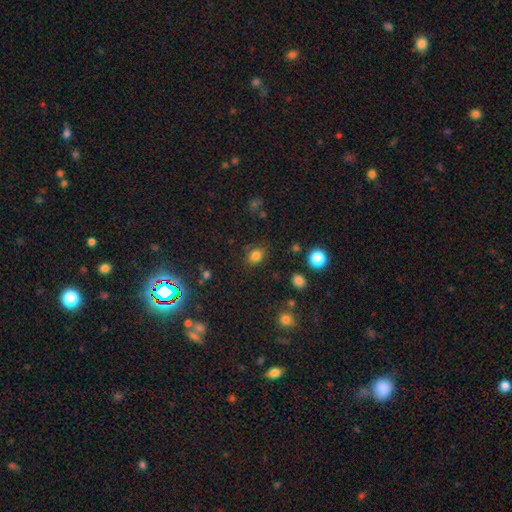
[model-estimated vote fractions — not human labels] Overall: smooth (80%). How rounded: in between (52%; round 47%). Merging: none (81%).